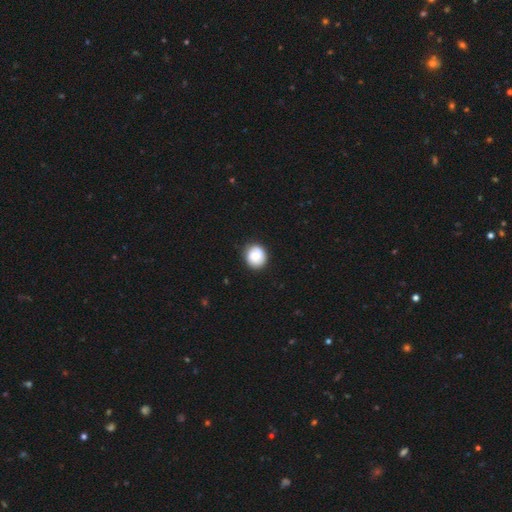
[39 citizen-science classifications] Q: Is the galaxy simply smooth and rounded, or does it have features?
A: smooth — 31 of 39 (79%).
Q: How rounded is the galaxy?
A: round — 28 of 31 (90%).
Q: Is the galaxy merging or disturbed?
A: none — 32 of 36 (89%).